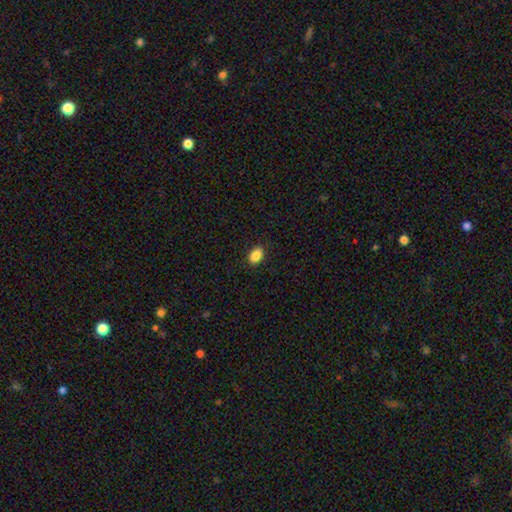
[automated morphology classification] type=smooth (87%); roundness=in between (85%); merging=none (87%).